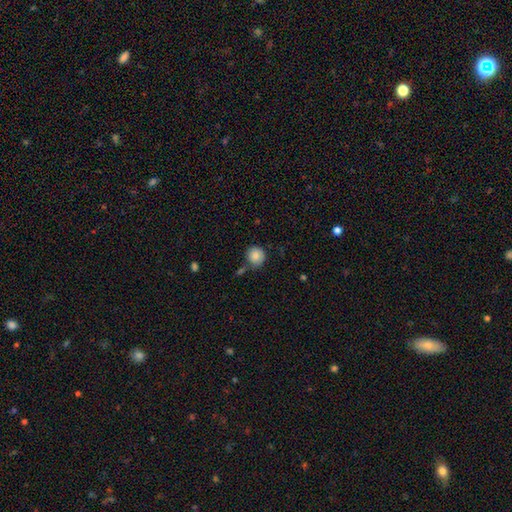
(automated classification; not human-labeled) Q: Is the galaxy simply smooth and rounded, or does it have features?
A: smooth — 85%.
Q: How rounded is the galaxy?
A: round — 91%.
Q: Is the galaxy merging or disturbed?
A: none — 73%.